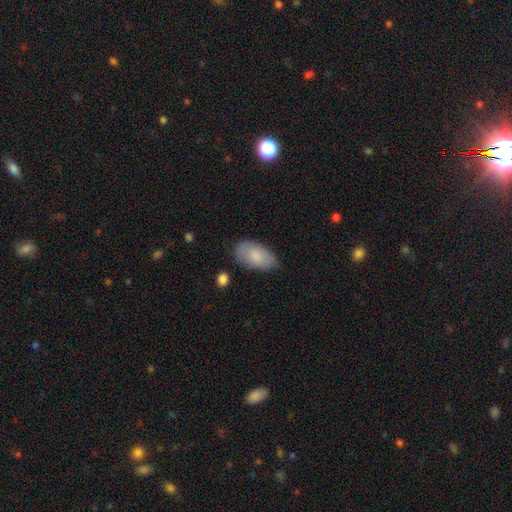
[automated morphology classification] This appears to be a smooth galaxy with no disk features (81%) that is in between round and cigar-shaped (94%). Merging: none (67%).